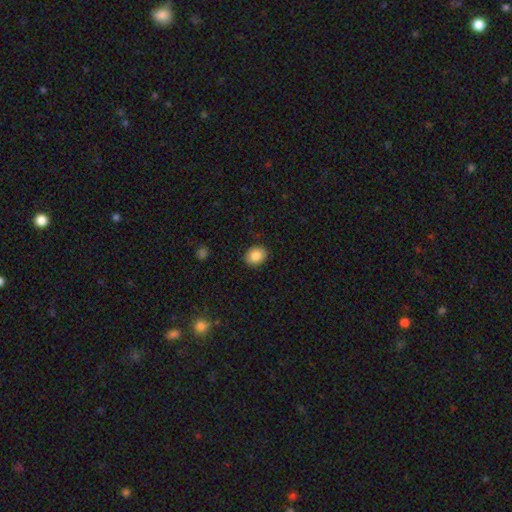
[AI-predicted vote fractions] A smooth galaxy with no disk features (86%) that is round (52%).

Vote fractions:
- Smooth or featured? smooth: 86% / star or artifact: 8% / featured or disk: 6%
- How rounded? round: 52% / in between: 47% / cigar-shaped: 1%
- Merging? none: 89% / minor disturbance: 8% / major disturbance: 2% / merger: 1%